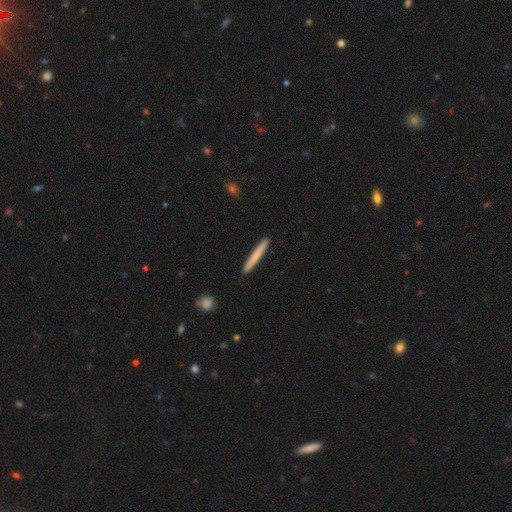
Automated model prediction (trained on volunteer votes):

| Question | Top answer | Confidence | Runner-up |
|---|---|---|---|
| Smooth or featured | smooth | 70% | featured or disk (25%) |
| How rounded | cigar-shaped | 97% | in between (2%) |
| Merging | none | 92% | minor disturbance (5%) |